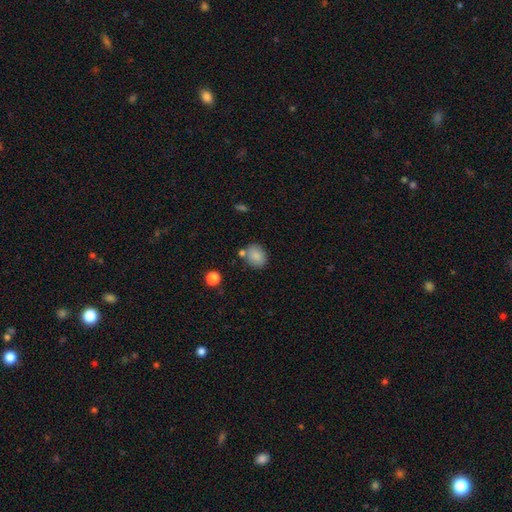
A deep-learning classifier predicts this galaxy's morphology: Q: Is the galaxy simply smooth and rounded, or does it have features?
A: smooth — 85%.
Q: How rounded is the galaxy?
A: round — 50%.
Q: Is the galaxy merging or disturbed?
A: none — 74%.